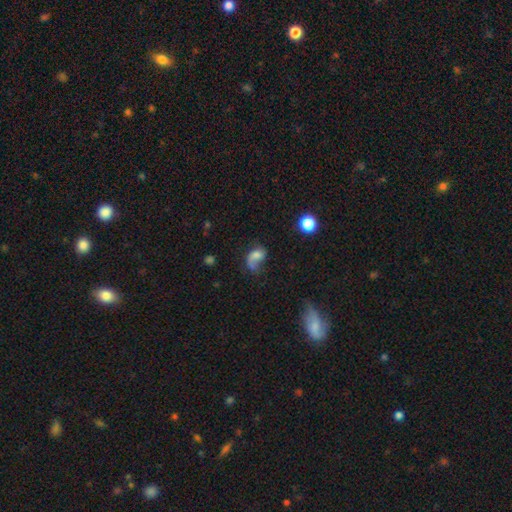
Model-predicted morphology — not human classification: This is possibly a smooth galaxy (51%). How rounded: likely in between (74%). Merging: marginally major disturbance (42%).